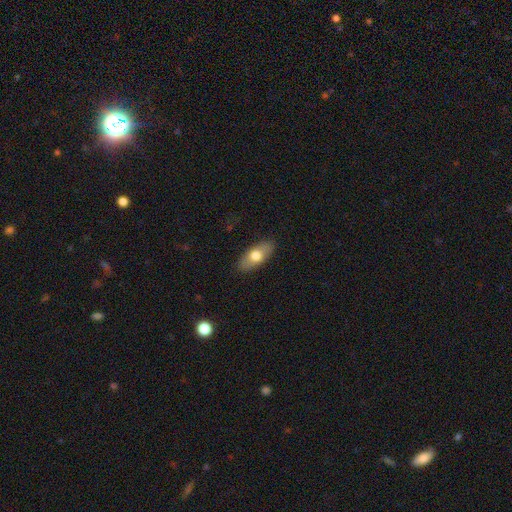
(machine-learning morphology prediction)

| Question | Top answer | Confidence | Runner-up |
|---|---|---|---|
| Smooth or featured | smooth | 69% | featured or disk (25%) |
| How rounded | in between | 82% | cigar-shaped (14%) |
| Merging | none | 88% | minor disturbance (9%) |